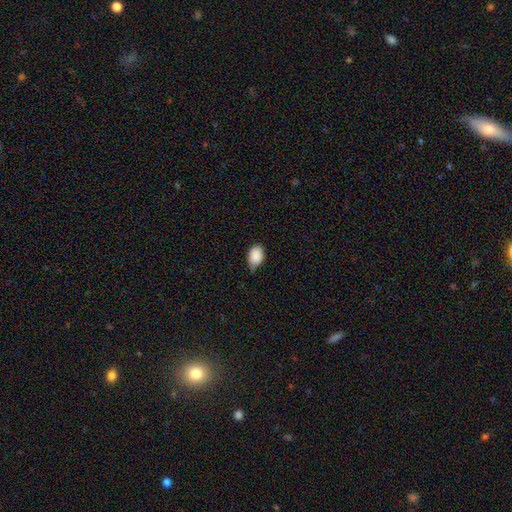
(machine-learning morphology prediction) Smooth or featured?
  - smooth: 89% *
  - star or artifact: 7%
  - featured or disk: 4%
How rounded?
  - in between: 83% *
  - round: 16%
  - cigar-shaped: 1%
Merging?
  - none: 50% *
  - minor disturbance: 41%
  - major disturbance: 7%
  - merger: 2%